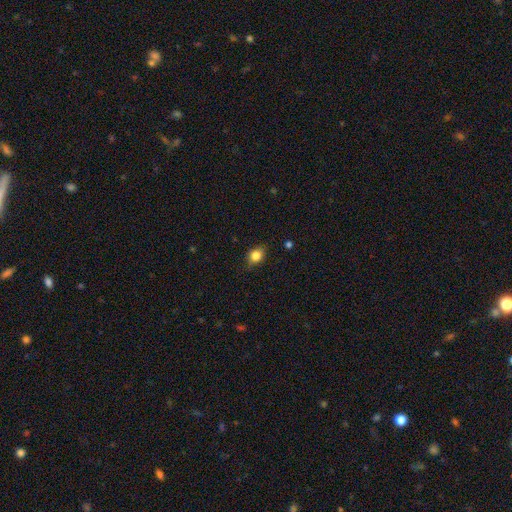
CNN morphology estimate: Smooth or featured: smooth — 83% (star or artifact — 10%)
How rounded: round — 54% (in between — 44%)
Merging: none — 80% (minor disturbance — 16%)